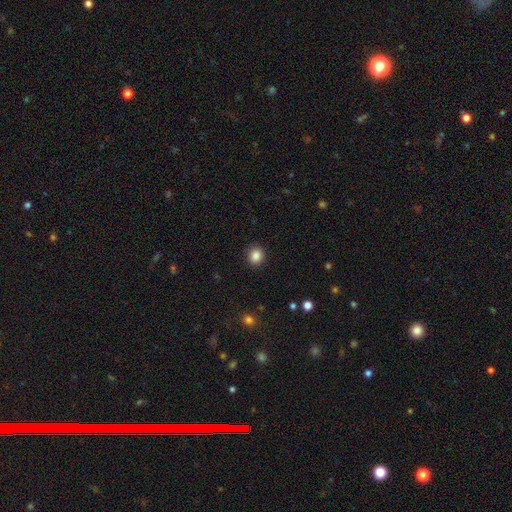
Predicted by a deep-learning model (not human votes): Smooth or featured? smooth (86%)
How rounded? round (82%)
Merging? none (90%)